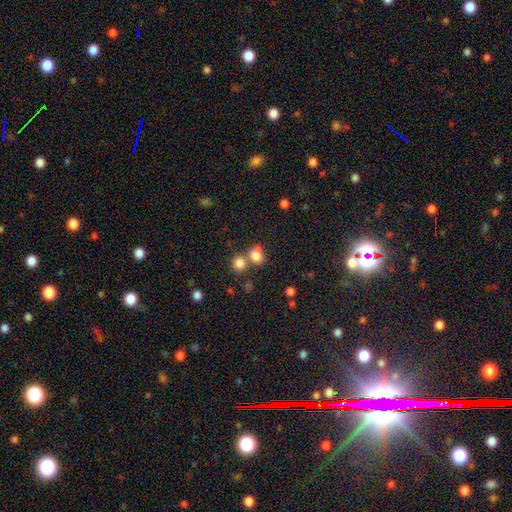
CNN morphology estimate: The model was most divided on "merging": none: 46%, merger: 39%, minor disturbance: 11%, major disturbance: 5%. More confident: smooth or featured — smooth (81%); how rounded — round (63%).